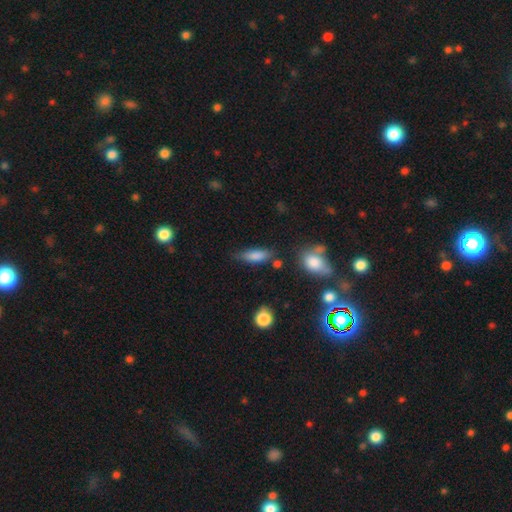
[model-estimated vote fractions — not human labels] Smooth or featured?
  - smooth: 82% *
  - featured or disk: 10%
  - star or artifact: 8%
How rounded?
  - in between: 63% *
  - cigar-shaped: 34%
  - round: 3%
Merging?
  - none: 66% *
  - minor disturbance: 22%
  - merger: 7%
  - major disturbance: 6%